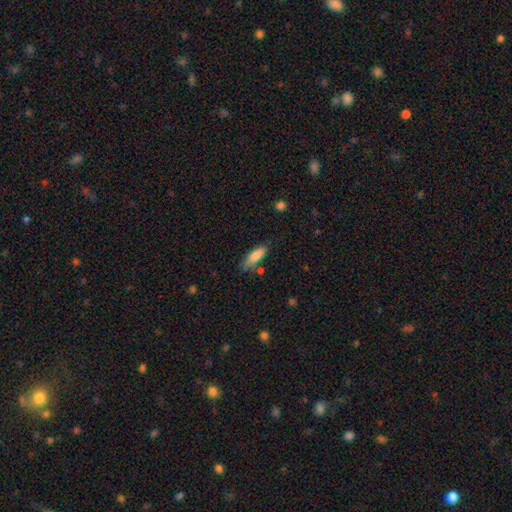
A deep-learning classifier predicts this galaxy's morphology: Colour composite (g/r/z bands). It shows a smooth galaxy with no disk features (79%) that is in between round and cigar-shaped (58%). Merging: none (64%).